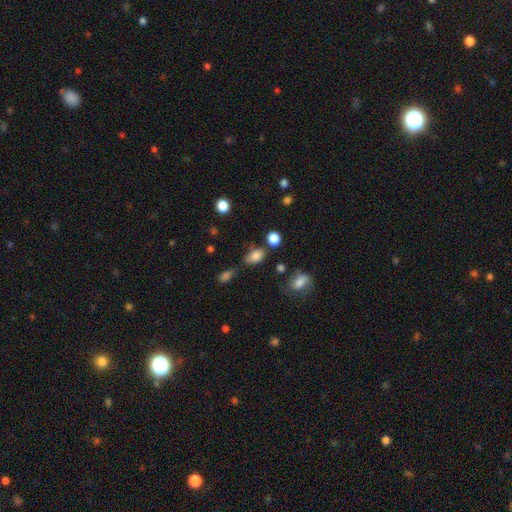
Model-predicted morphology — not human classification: Smooth or featured: smooth — 82% (star or artifact — 11%)
How rounded: in between — 82% (round — 16%)
Merging: none — 55% (minor disturbance — 26%)